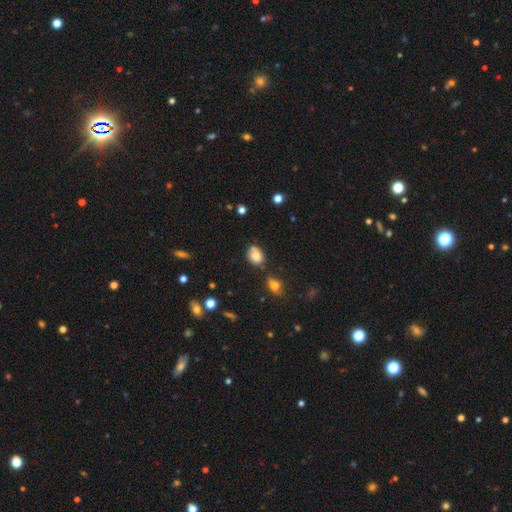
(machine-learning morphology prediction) type=smooth (77%); roundness=in between (60%); merging=none (55%).